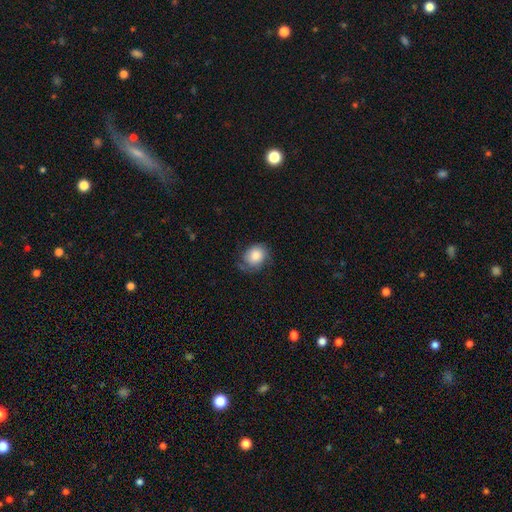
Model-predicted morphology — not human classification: smooth_or_featured: smooth (p=0.76) [alt: featured or disk p=0.17]
how_rounded: round (p=0.53) [alt: in between p=0.46]
merging: none (p=0.58) [alt: minor disturbance p=0.30]